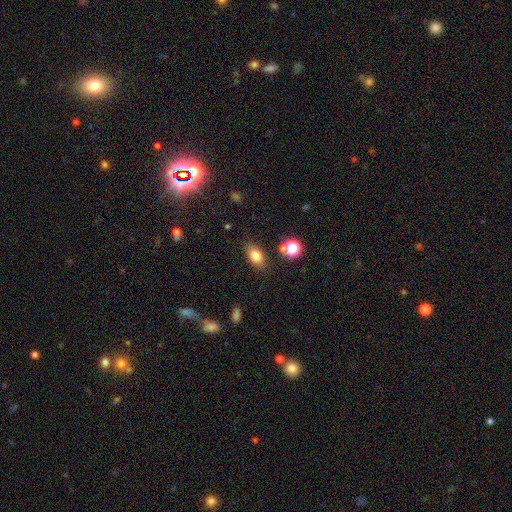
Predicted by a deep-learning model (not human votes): A smooth galaxy with no disk features (77%) that is in between round and cigar-shaped (83%).

Vote fractions:
- Smooth or featured? smooth: 77% / star or artifact: 12% / featured or disk: 11%
- How rounded? in between: 83% / round: 13% / cigar-shaped: 3%
- Merging? none: 82% / minor disturbance: 11% / merger: 4% / major disturbance: 3%